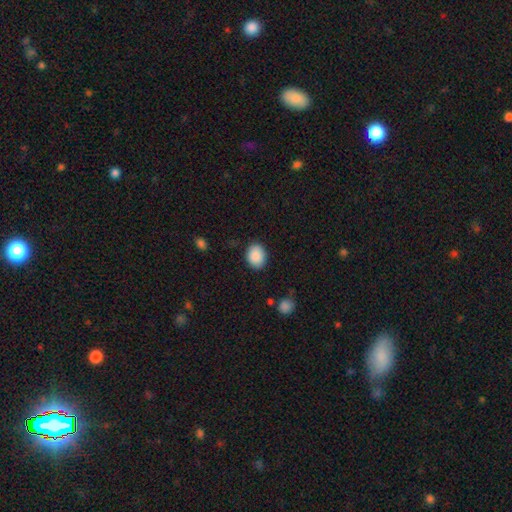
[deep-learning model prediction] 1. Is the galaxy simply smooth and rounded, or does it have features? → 89% smooth, 7% star or artifact, 4% featured or disk.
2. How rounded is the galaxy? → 54% in between, 45% round, 1% cigar-shaped.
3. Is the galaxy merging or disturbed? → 86% none, 10% minor disturbance, 3% major disturbance, 1% merger.